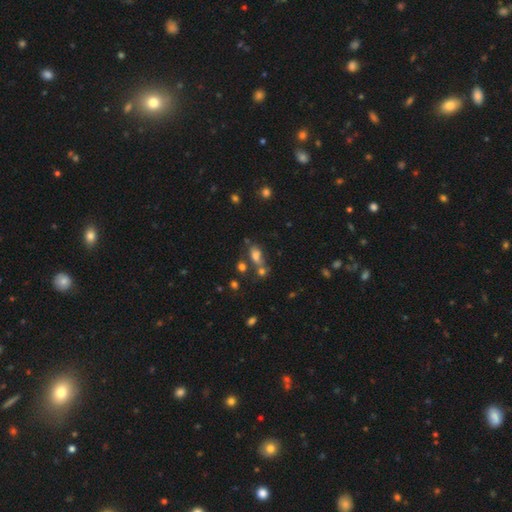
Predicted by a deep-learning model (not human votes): smooth-or-featured: smooth: 69% | star or artifact: 17% | featured or disk: 13%
  how-rounded: in between: 81% | round: 13% | cigar-shaped: 6%
  merging: none: 45% | merger: 32% | minor disturbance: 15% | major disturbance: 9%